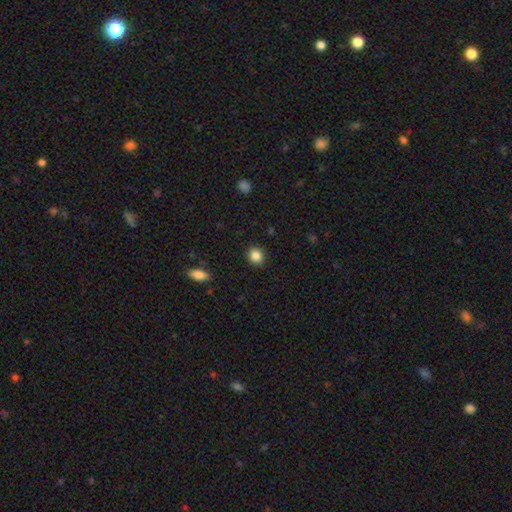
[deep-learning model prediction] The model was most divided on "how rounded": round: 80%, in between: 19%, cigar-shaped: 1%. More confident: merging — none (91%); smooth or featured — smooth (87%).